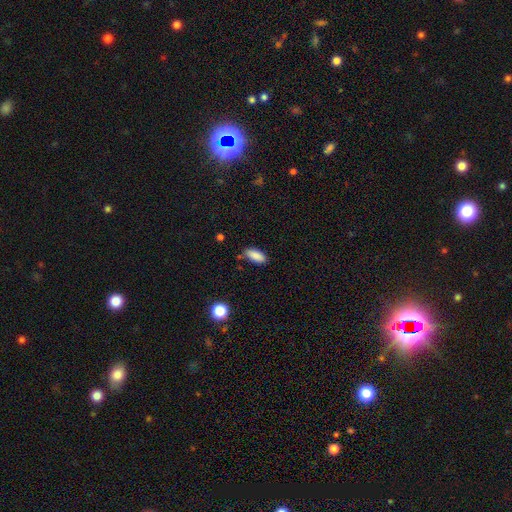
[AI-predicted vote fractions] Q: Smooth or featured?
A: smooth (88%); runner-up: star or artifact (8%)
Q: How rounded?
A: in between (86%); runner-up: cigar-shaped (12%)
Q: Merging?
A: none (78%); runner-up: minor disturbance (16%)